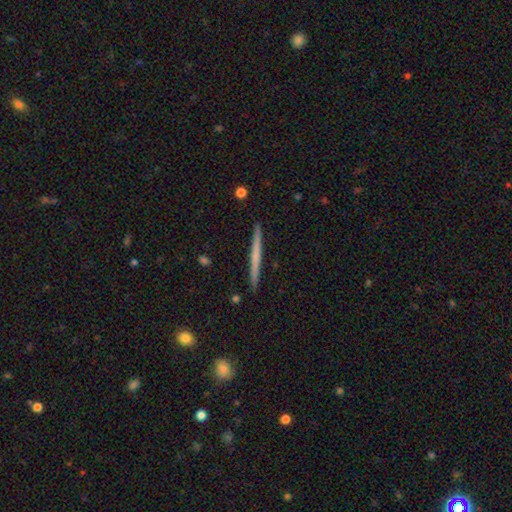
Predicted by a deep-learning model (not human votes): Smooth or featured? Predicted: smooth (p=0.49). Merging? Predicted: none (p=0.92).